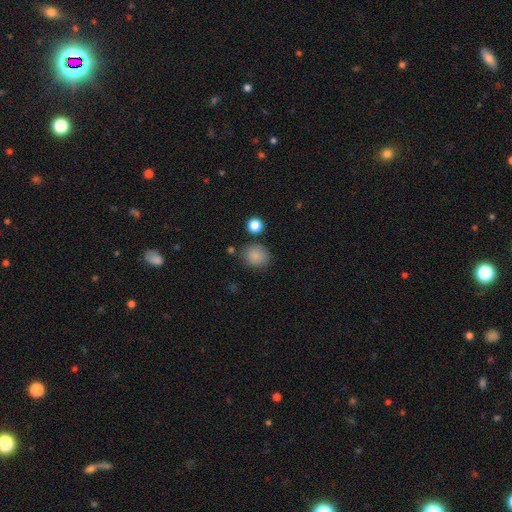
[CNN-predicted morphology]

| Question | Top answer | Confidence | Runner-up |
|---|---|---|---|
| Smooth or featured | smooth | 85% | star or artifact (10%) |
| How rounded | round | 78% | in between (21%) |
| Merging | none | 80% | minor disturbance (13%) |